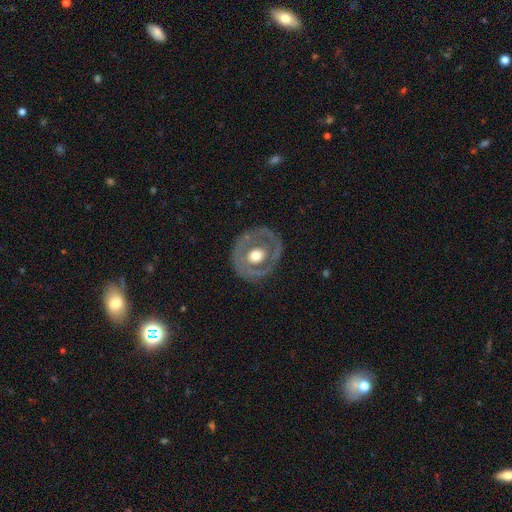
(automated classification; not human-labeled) Morphology: type=featured or disk (61%); edge-on=no (95%); bar=no (85%); spiral arms=no (82%); bulge=moderate (63%); merging=none (76%).